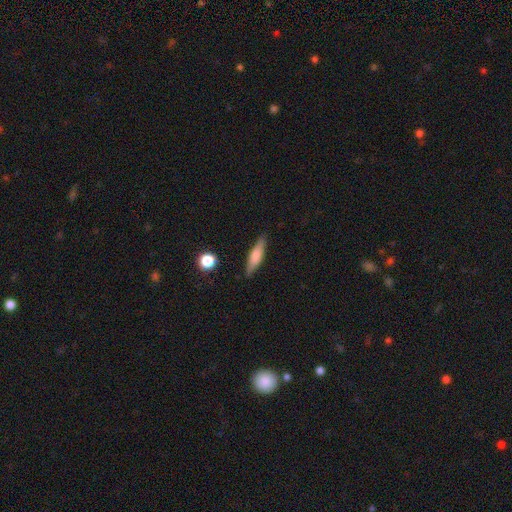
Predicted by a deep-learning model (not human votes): smooth-or-featured: smooth: 64% | featured or disk: 29% | star or artifact: 7%
  how-rounded: cigar-shaped: 69% | in between: 29% | round: 2%
  merging: none: 85% | minor disturbance: 11% | major disturbance: 2% | merger: 2%